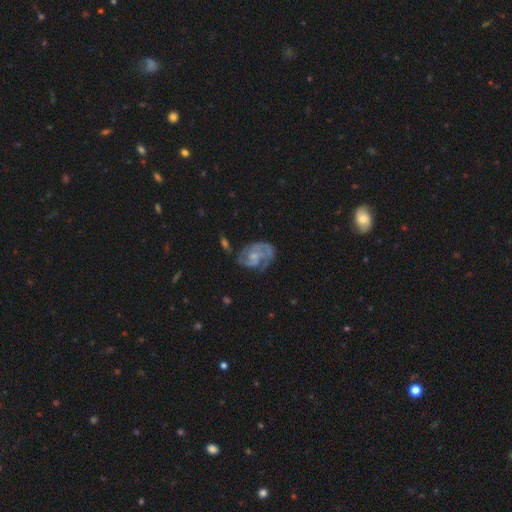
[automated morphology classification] This is likely a featured or disk galaxy (79%). It is clearly not viewed edge-on (98%). Bar: likely no (67%). Spiral arm pattern: clearly yes (90%). Spiral arm count: possibly 2 (48%). Spiral winding: marginally medium (43%). Central bulge: possibly small (57%). Merging: possibly none (51%).